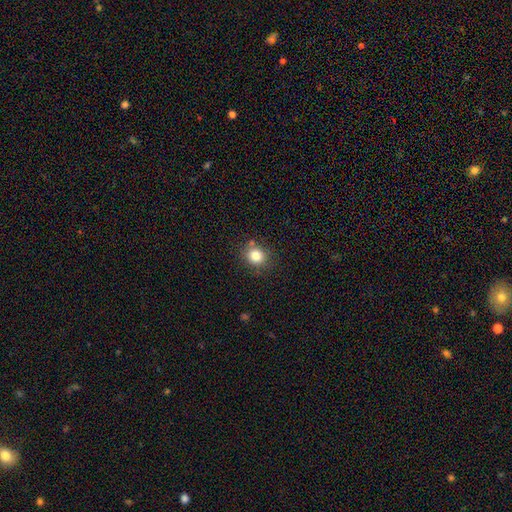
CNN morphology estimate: smooth 82%, star or artifact 12%, featured or disk 6%. Down the decision tree: how rounded — round (79%); merging — none (79%).